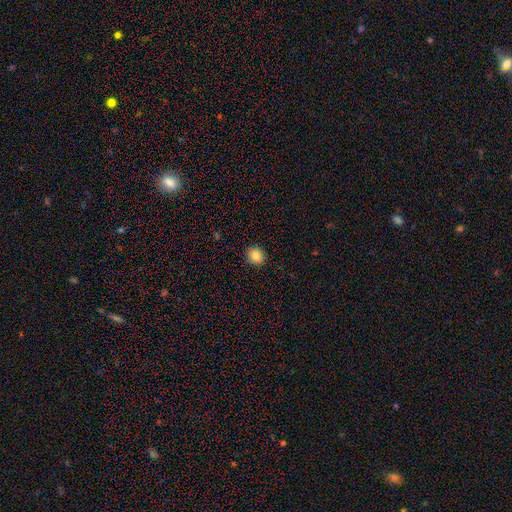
This is clearly a smooth galaxy (88%). How rounded: clearly round (80%). Merging: clearly none (89%).